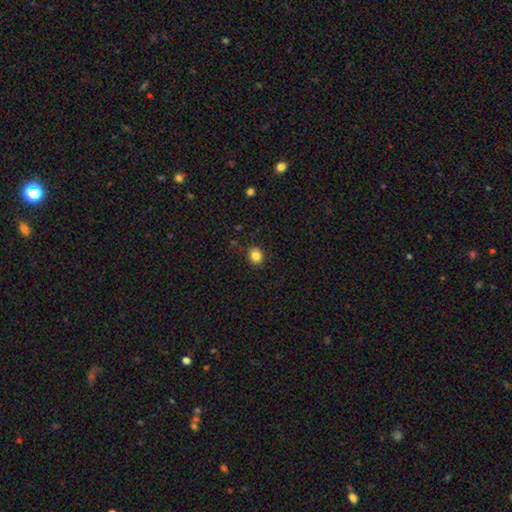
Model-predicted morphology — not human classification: Smooth or featured?
  - smooth: 83% *
  - star or artifact: 11%
  - featured or disk: 5%
How rounded?
  - round: 78% *
  - in between: 21%
  - cigar-shaped: 1%
Merging?
  - none: 88% *
  - minor disturbance: 8%
  - major disturbance: 2%
  - merger: 1%